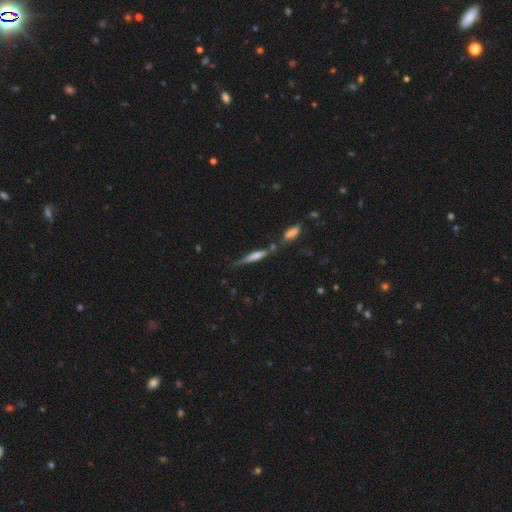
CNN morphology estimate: This is possibly a smooth galaxy (48%). Merging: possibly none (54%).